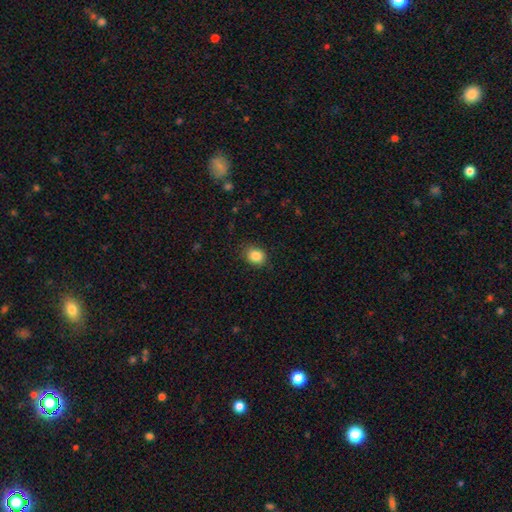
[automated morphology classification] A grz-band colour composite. It shows a smooth galaxy with no disk features (86%) that is round (54%). Merging: none (82%).